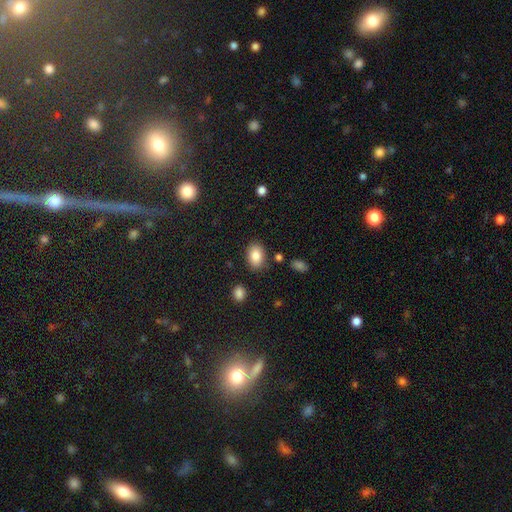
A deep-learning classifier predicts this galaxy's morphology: This appears to be a smooth galaxy with no disk features (85%) that is in between round and cigar-shaped (85%). Merging: none (83%).